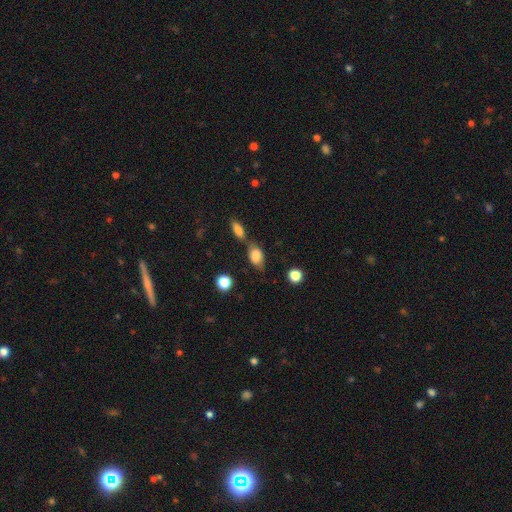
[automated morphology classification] Smooth or featured? Predicted: smooth (p=0.78). How rounded? Predicted: in between (p=0.84). Merging? Predicted: none (p=0.52).